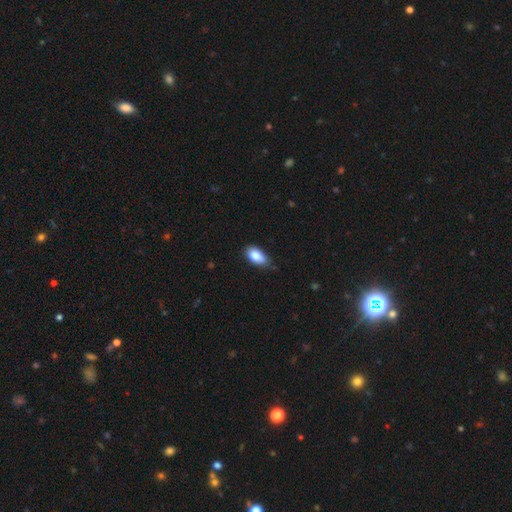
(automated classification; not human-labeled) A smooth galaxy with no disk features (86%) that is in between round and cigar-shaped (93%). Merging: none (74%).